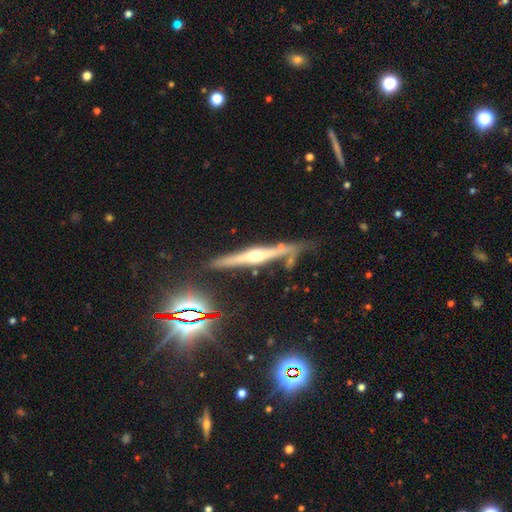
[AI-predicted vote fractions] smooth-or-featured: featured or disk: 71% | smooth: 17% | star or artifact: 12%
  disk-edge-on: yes: 96% | no: 4%
    edge-on-bulge: rounded: 83% | boxy: 9% | none: 8%
  merging: none: 77% | minor disturbance: 14% | merger: 6% | major disturbance: 3%